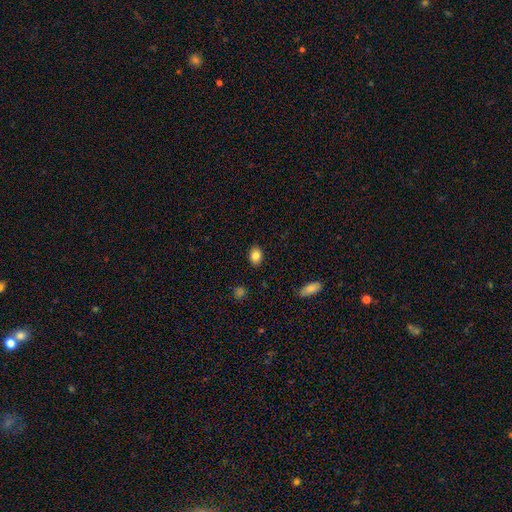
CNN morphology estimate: Smooth or featured? smooth (85%)
How rounded? in between (71%)
Merging? none (89%)